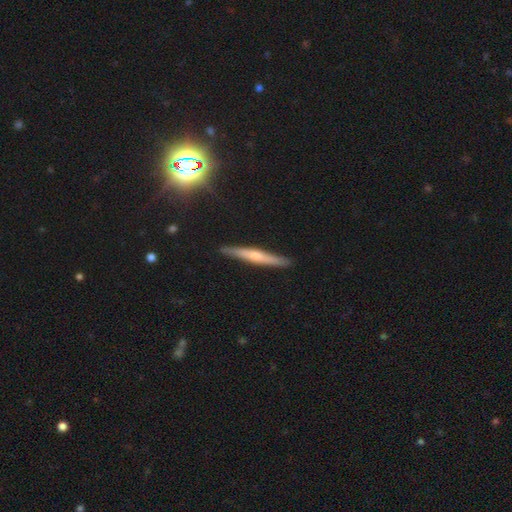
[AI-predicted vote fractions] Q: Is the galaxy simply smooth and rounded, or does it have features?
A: featured or disk — 53%.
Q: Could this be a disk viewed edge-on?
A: yes — 96%.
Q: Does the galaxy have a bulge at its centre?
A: rounded — 59%.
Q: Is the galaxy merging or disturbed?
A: none — 90%.